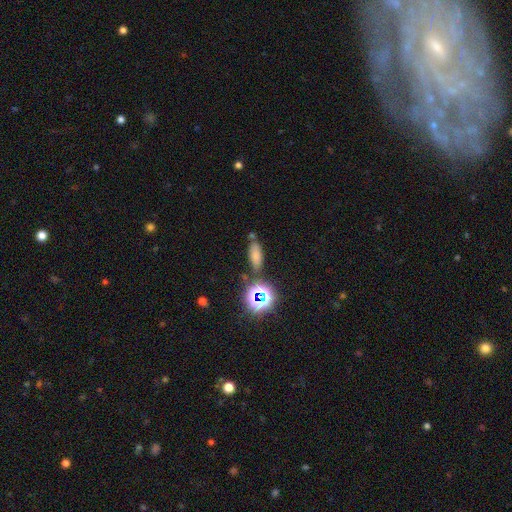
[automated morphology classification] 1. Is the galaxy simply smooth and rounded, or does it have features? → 66% smooth, 23% star or artifact, 11% featured or disk.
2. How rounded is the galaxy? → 74% in between, 18% cigar-shaped, 8% round.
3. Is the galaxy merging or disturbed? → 71% none, 14% minor disturbance, 10% merger, 5% major disturbance.